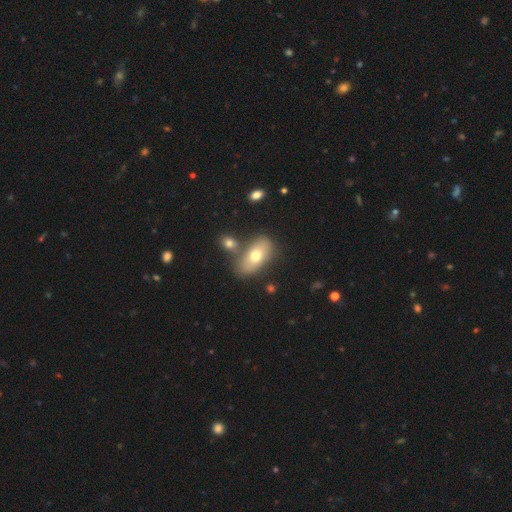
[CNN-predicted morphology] Overall: smooth (68%). How rounded: in between (90%). Merging: none (61%).